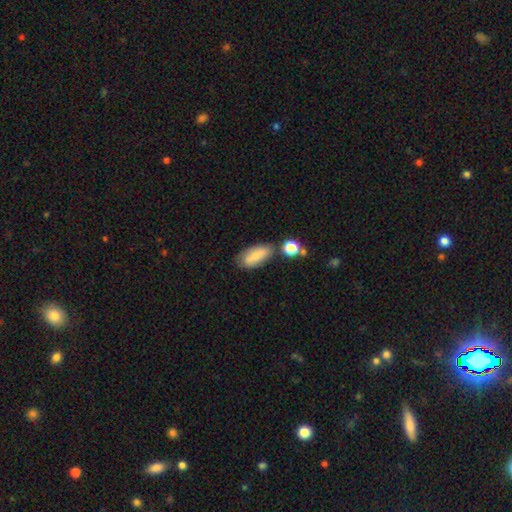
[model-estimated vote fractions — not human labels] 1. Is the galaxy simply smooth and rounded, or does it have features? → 75% smooth, 16% featured or disk, 8% star or artifact.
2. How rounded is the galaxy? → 82% in between, 15% cigar-shaped, 4% round.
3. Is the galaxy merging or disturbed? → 66% none, 19% minor disturbance, 10% merger, 5% major disturbance.